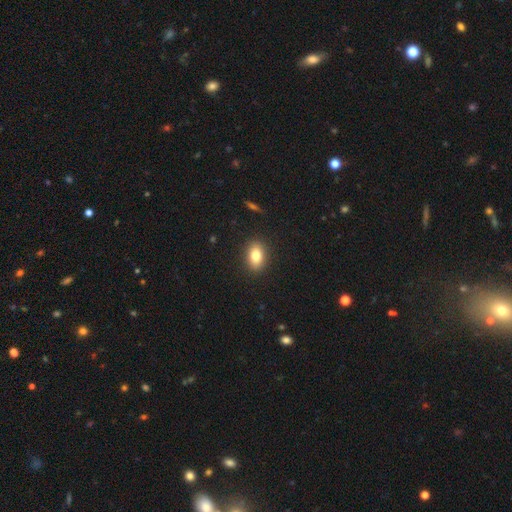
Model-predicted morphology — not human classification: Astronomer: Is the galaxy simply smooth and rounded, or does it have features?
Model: smooth — 80%.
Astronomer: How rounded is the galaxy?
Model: in between — 79%.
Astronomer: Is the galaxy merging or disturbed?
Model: none — 90%.